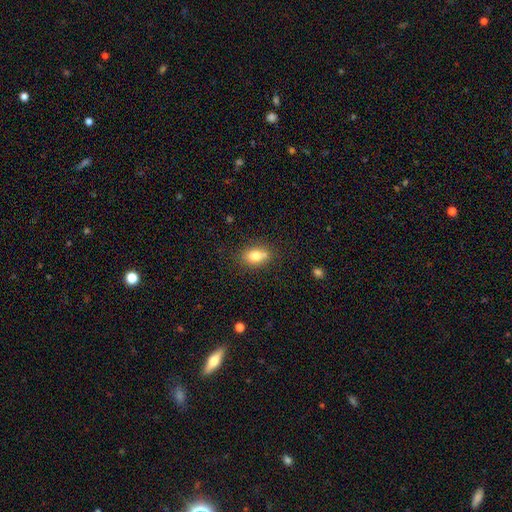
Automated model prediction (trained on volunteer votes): This is likely a smooth galaxy (78%). How rounded: likely in between (72%). Merging: likely none (66%).